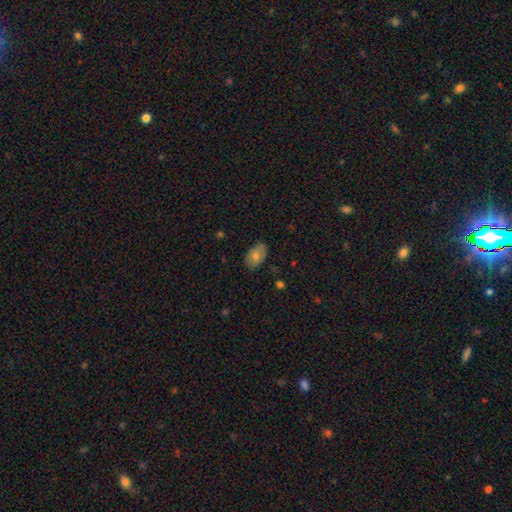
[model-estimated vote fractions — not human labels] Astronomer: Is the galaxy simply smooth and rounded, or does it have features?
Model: smooth — 65%.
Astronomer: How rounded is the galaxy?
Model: in between — 88%.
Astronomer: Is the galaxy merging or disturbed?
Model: none — 79%.